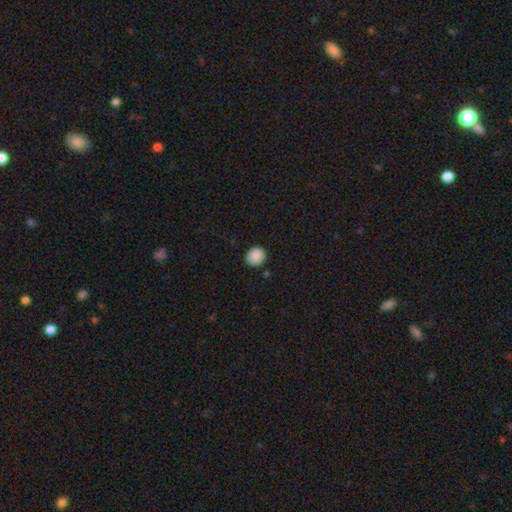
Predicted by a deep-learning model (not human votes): smooth 88%, star or artifact 8%, featured or disk 3%. Down the decision tree: how rounded — round (83%); merging — none (88%).